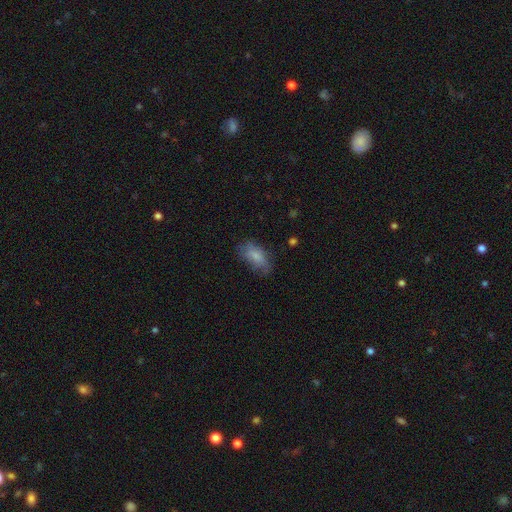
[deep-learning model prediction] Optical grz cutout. It shows a smooth galaxy with no disk features (78%) that is in between round and cigar-shaped (89%). Merging: none (60%).